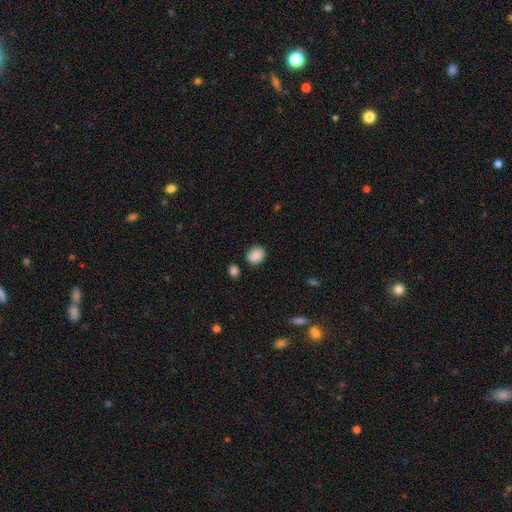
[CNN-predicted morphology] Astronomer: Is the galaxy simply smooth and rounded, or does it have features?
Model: smooth — 86%.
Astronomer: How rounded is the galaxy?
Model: round — 60% (runner-up: in between, 39%).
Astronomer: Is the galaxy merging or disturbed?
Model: none — 75%.